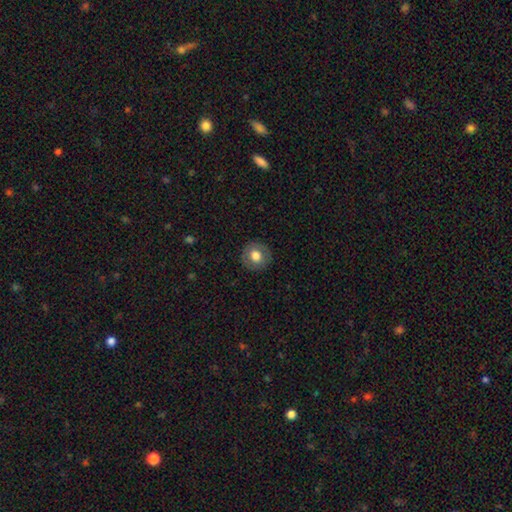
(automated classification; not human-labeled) This is likely a smooth galaxy (72%). How rounded: clearly round (90%). Merging: clearly none (89%).